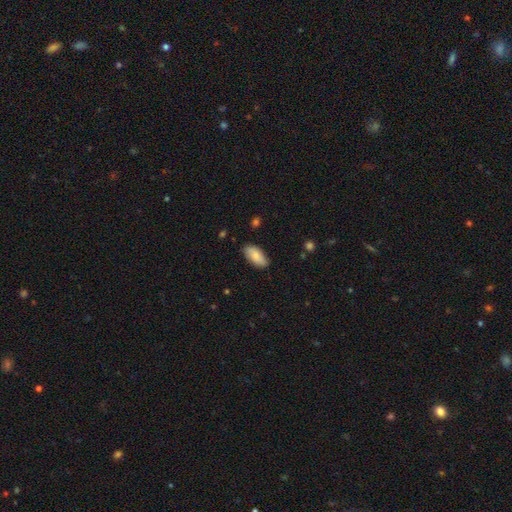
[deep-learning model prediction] The model was most divided on "merging": none: 84%, minor disturbance: 13%, major disturbance: 2%, merger: 1%. More confident: how rounded — in between (90%); smooth or featured — smooth (82%).